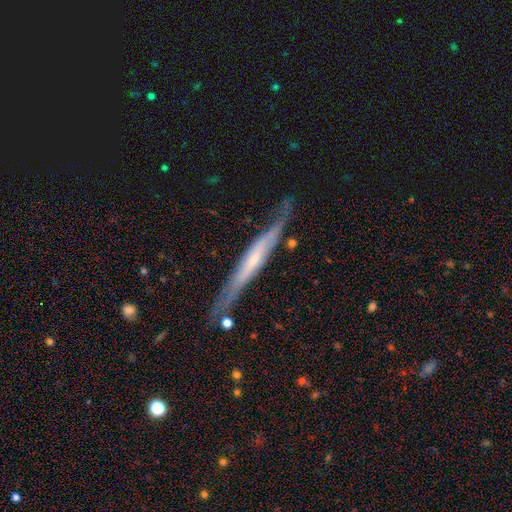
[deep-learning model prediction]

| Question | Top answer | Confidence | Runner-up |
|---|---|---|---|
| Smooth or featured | featured or disk | 71% | smooth (23%) |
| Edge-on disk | yes | 88% | no (12%) |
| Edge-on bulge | none | 53% | rounded (38%) |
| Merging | none | 74% | minor disturbance (19%) |